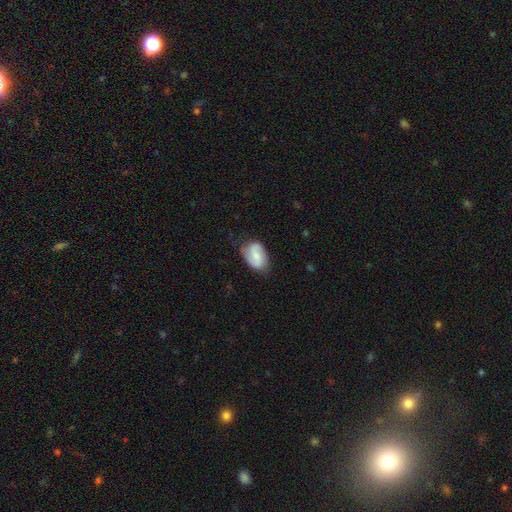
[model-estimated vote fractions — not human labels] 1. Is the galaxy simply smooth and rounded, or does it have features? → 55% featured or disk, 38% smooth, 7% star or artifact.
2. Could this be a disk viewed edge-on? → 97% no, 3% yes.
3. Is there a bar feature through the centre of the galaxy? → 46% weak, 39% no, 15% strong.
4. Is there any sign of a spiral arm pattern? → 89% yes, 11% no.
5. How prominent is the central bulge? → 48% small, 39% moderate, 10% none, 3% large, 1% dominant.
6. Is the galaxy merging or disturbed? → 69% none, 24% minor disturbance, 6% major disturbance, 1% merger.